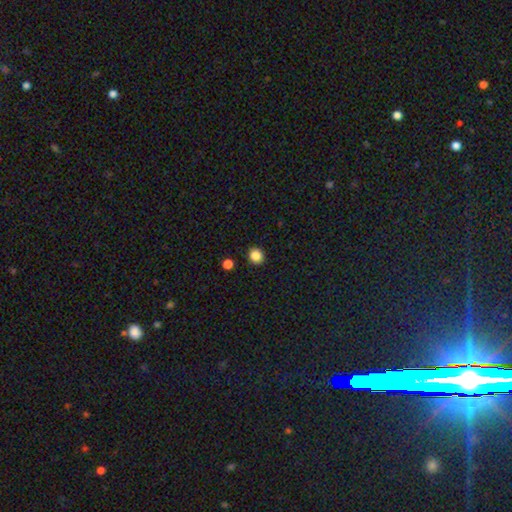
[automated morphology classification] This appears to be a smooth galaxy with no disk features (86%) that is round (88%). Merging: none (92%).